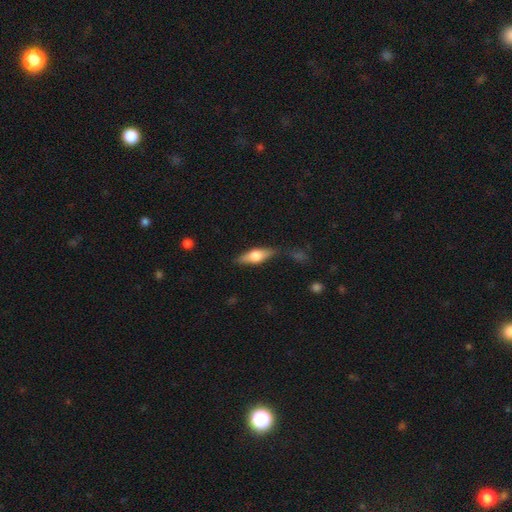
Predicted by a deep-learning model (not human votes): Q: Smooth or featured?
A: featured or disk (49%); runner-up: smooth (44%)
Q: Merging?
A: none (76%); runner-up: minor disturbance (16%)